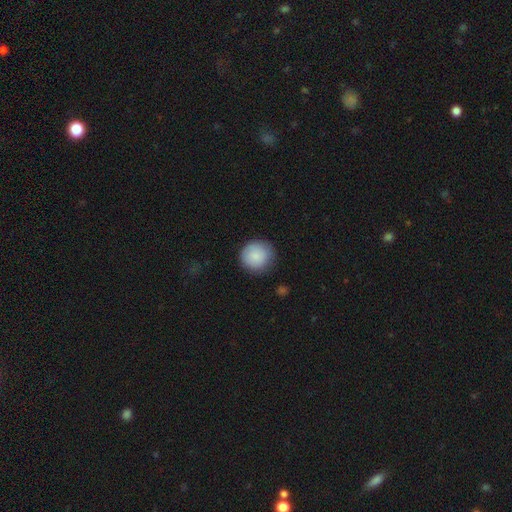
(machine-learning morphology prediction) This is clearly a smooth galaxy (87%). How rounded: clearly round (91%). Merging: clearly none (81%).